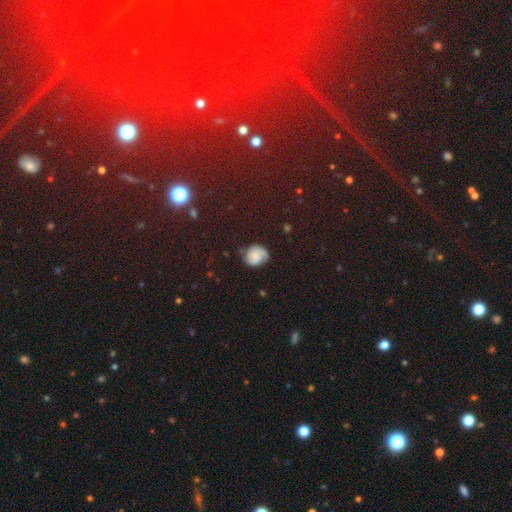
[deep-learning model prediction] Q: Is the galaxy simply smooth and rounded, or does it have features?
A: featured or disk — 45%.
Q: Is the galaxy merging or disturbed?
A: none — 68%.